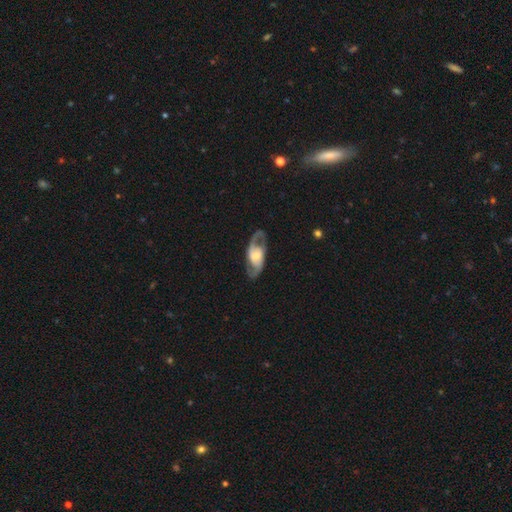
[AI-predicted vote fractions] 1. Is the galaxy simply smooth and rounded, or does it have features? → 81% featured or disk, 14% smooth, 5% star or artifact.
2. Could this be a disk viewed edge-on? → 92% no, 8% yes.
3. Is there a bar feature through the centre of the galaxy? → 41% weak, 39% no, 20% strong.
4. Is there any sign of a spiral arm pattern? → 91% yes, 9% no.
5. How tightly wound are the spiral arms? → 51% medium, 31% loose, 18% tight.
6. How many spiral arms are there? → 90% 2, 5% can't tell, 2% 1, 1% 3, 1% 4, 1% more than 4.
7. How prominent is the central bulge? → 37% moderate, 30% large, 21% small, 8% none, 3% dominant.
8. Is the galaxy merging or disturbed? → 79% none, 13% minor disturbance, 8% major disturbance, 1% merger.